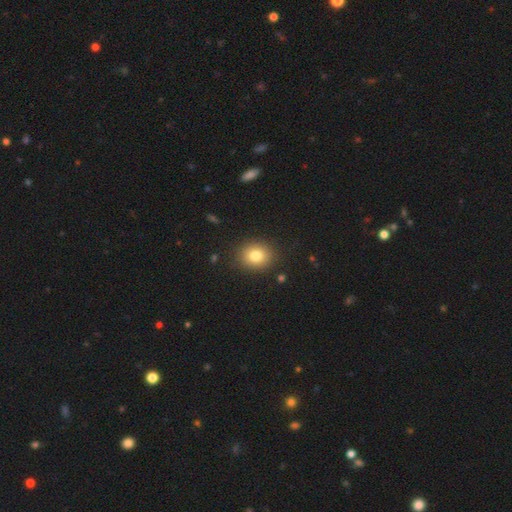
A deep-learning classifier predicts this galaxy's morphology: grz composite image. It shows a smooth galaxy with no disk features (80%) that is round (66%). Merging: none (88%).